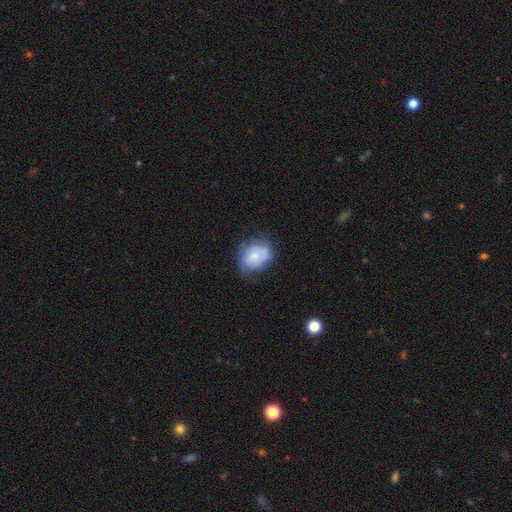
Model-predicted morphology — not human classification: Smooth or featured: smooth — 53% (featured or disk — 39%)
How rounded: in between — 54% (round — 45%)
Merging: none — 49% (minor disturbance — 32%)